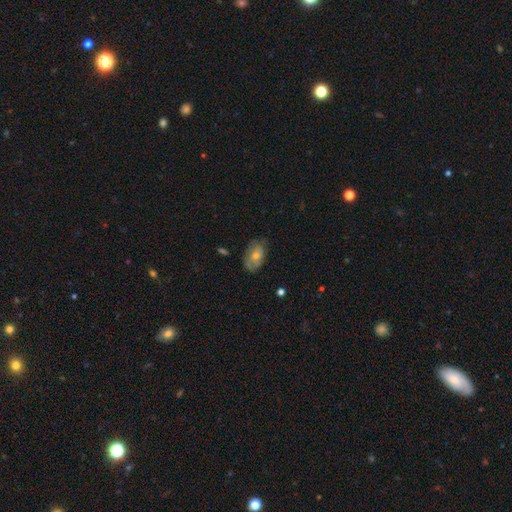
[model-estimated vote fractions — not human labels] This appears to be a featured or disk galaxy (45%, tied with smooth). Merging: none (73%).